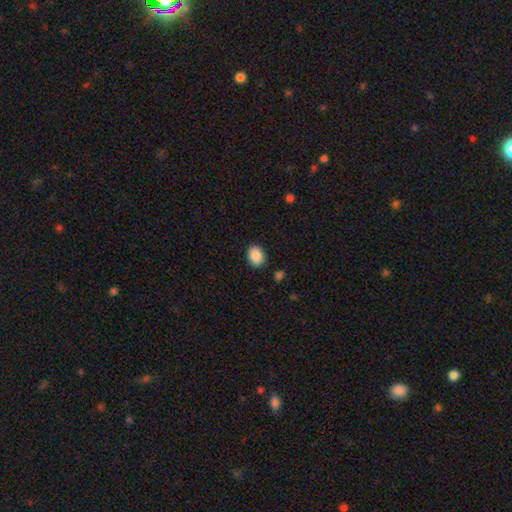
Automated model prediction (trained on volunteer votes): Morphology: type=smooth (89%); roundness=in between (69%); merging=none (88%).